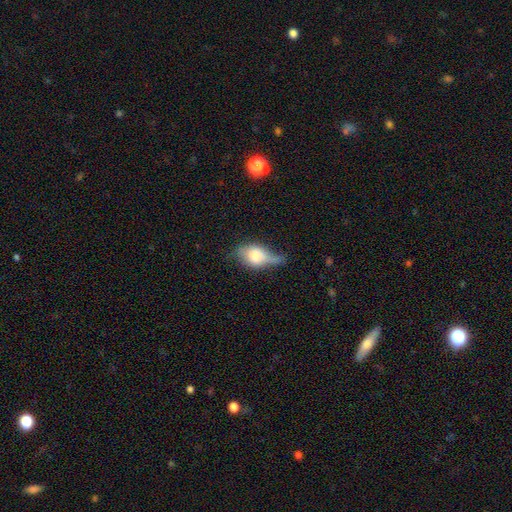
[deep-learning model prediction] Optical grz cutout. It shows a smooth galaxy with no disk features (63%) that is in between round and cigar-shaped (77%). Merging: minor disturbance (38%).